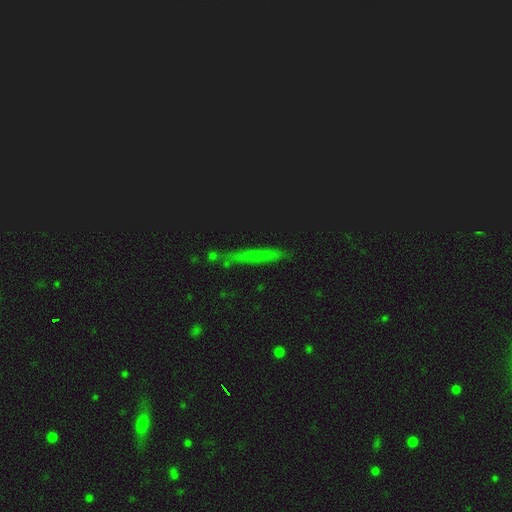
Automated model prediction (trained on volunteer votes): This is possibly a smooth galaxy (45%). Merging: likely none (79%).